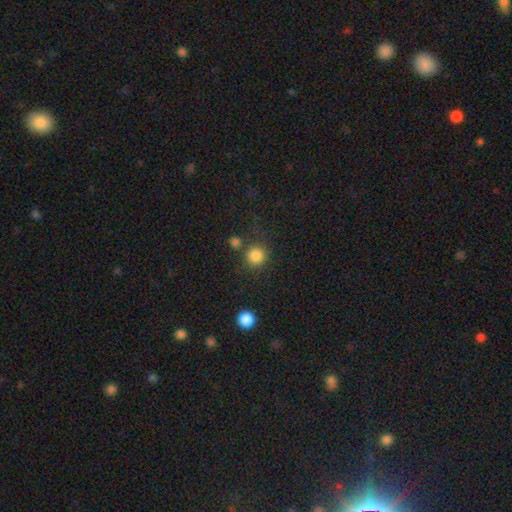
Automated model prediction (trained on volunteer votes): Morphology: type=smooth (84%); roundness=round (92%); merging=none (75%).